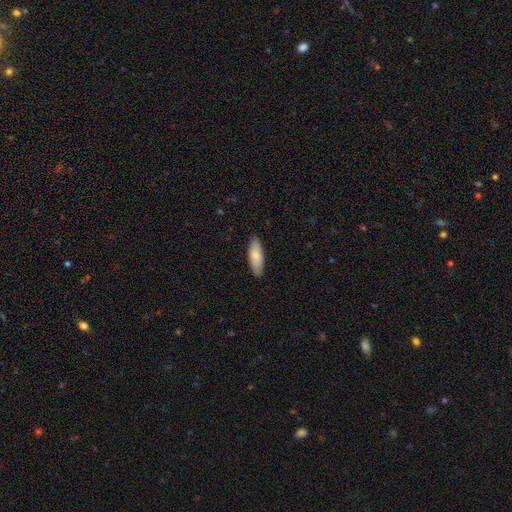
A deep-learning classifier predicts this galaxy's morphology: Smooth or featured?
  - smooth: 84% *
  - featured or disk: 10%
  - star or artifact: 5%
How rounded?
  - in between: 62% *
  - cigar-shaped: 37%
  - round: 2%
Merging?
  - none: 88% *
  - minor disturbance: 10%
  - major disturbance: 2%
  - merger: 1%